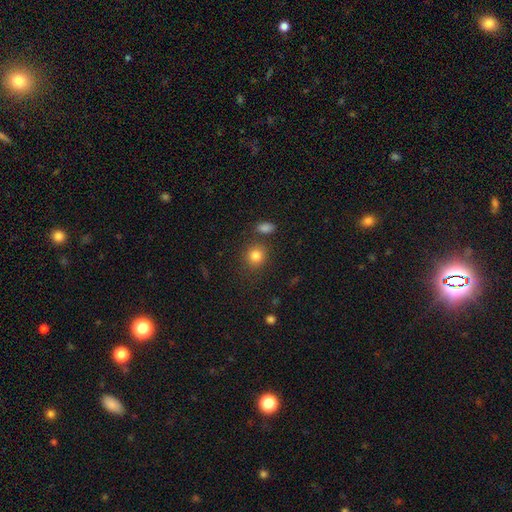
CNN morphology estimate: type=smooth (83%); roundness=round (82%); merging=none (77%).